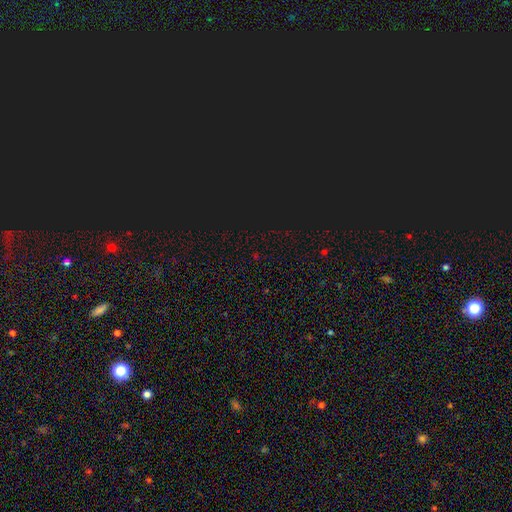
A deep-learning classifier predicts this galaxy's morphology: Smooth or featured? Predicted: star or artifact (p=0.73).